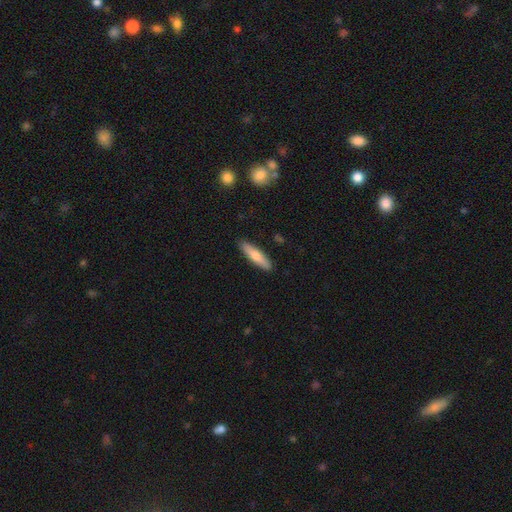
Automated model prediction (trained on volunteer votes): Smooth or featured?
  - smooth: 72% *
  - featured or disk: 22%
  - star or artifact: 5%
How rounded?
  - cigar-shaped: 75% *
  - in between: 23%
  - round: 2%
Merging?
  - none: 90% *
  - minor disturbance: 8%
  - major disturbance: 2%
  - merger: 1%